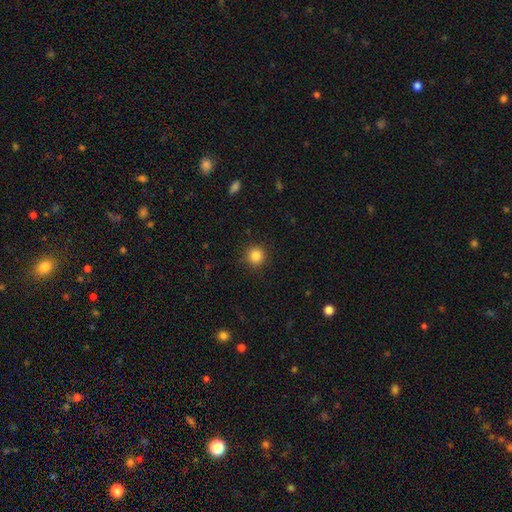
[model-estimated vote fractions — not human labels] Smooth or featured: smooth — 85% (star or artifact — 11%)
How rounded: round — 94% (in between — 5%)
Merging: none — 91% (minor disturbance — 6%)